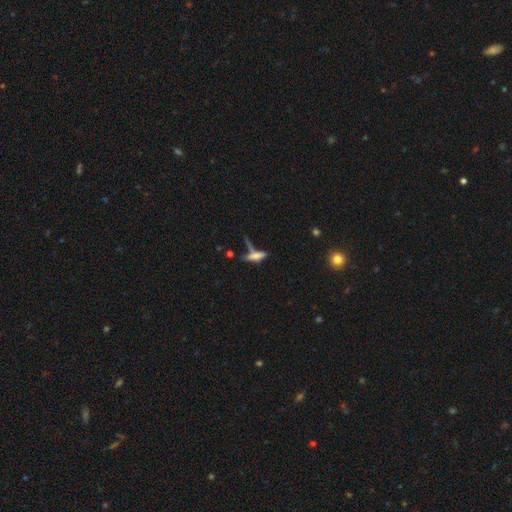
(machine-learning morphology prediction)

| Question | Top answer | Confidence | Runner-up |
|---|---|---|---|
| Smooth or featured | smooth | 58% | featured or disk (30%) |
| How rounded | cigar-shaped | 64% | in between (32%) |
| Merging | none | 45% | merger (27%) |